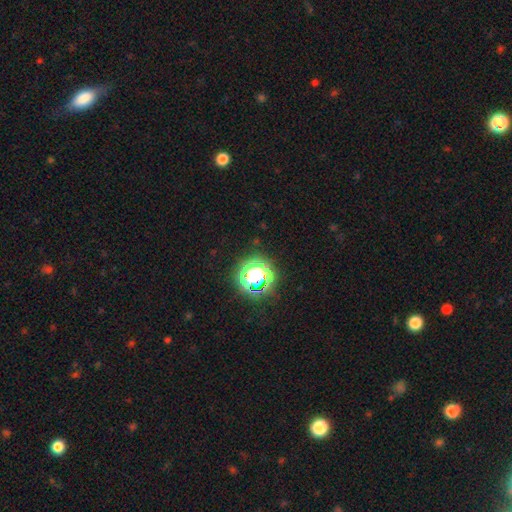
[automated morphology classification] smooth-or-featured: star or artifact: 68% | smooth: 23% | featured or disk: 9%